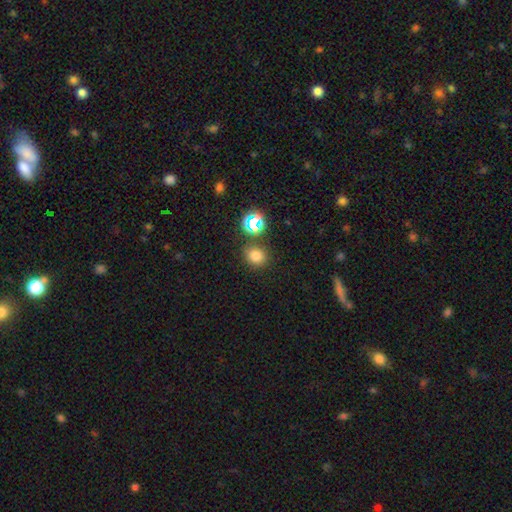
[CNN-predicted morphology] Smooth or featured? smooth (73%)
How rounded? round (72%)
Merging? none (80%)